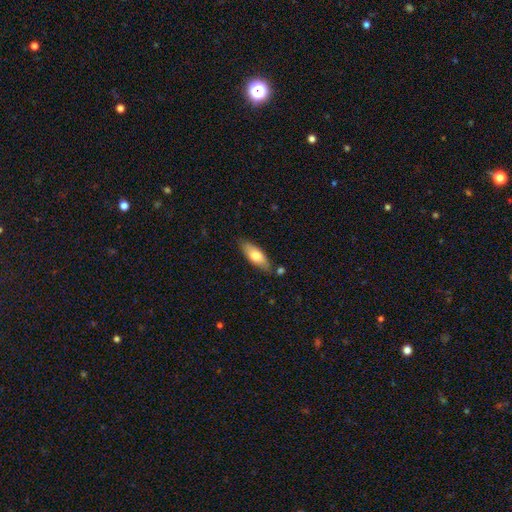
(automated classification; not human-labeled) This is likely a smooth galaxy (69%). How rounded: likely in between (72%). Merging: likely none (77%).